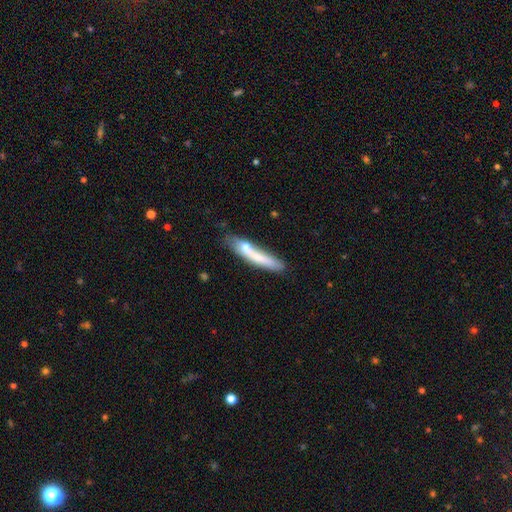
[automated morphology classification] smooth 62%, featured or disk 31%, star or artifact 7%. Down the decision tree: how rounded — cigar-shaped (88%); merging — none (47%).